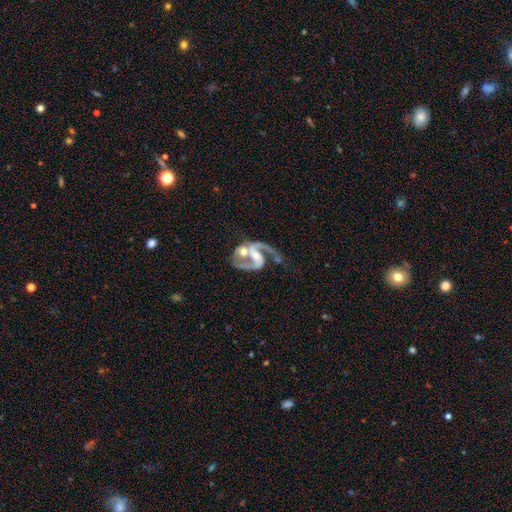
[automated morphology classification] A featured or disk galaxy (89%) with a weak bar (41%), 2 (83%) medium (52%) spiral arms (95%) and a moderate central bulge (47%).

Vote fractions:
- Smooth or featured? featured or disk: 89% / smooth: 6% / star or artifact: 5%
- Edge-on disk? no: 98% / yes: 2%
- Bar? weak: 41% / no: 30% / strong: 29%
- Spiral arms? yes: 95% / no: 5%
- Spiral winding? medium: 52% / loose: 36% / tight: 12%
- Spiral arm count? 2: 83% / 1: 11% / can't tell: 3% / 3: 1% / 4: 1% / more than 4: 1%
- Bulge size? moderate: 47% / small: 33% / none: 11% / large: 8% / dominant: 2%
- Merging? merger: 44% / none: 26% / major disturbance: 18% / minor disturbance: 12%